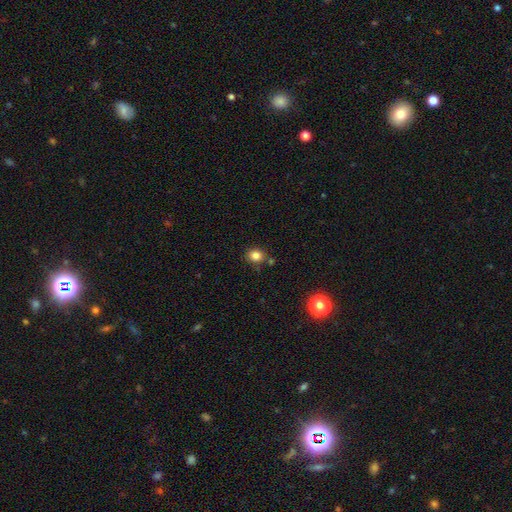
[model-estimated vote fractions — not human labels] A smooth galaxy with no disk features (82%) that is round (76%).

Vote fractions:
- Smooth or featured? smooth: 82% / star or artifact: 12% / featured or disk: 6%
- How rounded? round: 76% / in between: 23% / cigar-shaped: 1%
- Merging? none: 79% / minor disturbance: 11% / merger: 7% / major disturbance: 3%